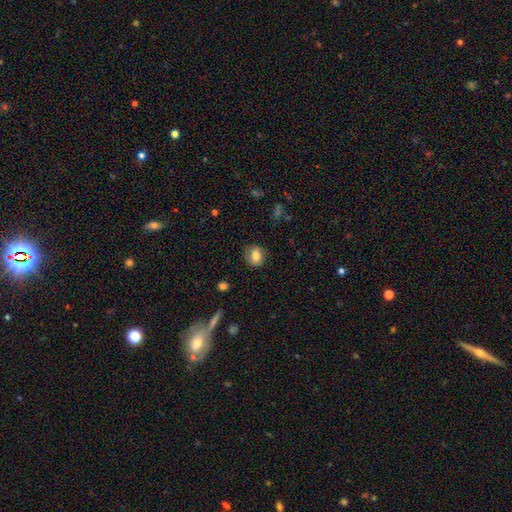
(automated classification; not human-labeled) A smooth galaxy with no disk features (75%) that is round (52%). Merging: none (76%).